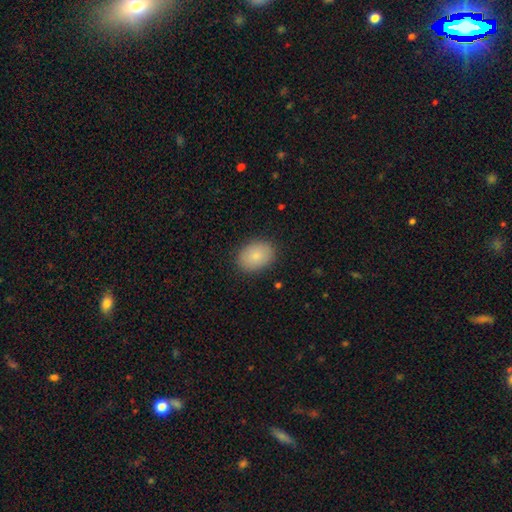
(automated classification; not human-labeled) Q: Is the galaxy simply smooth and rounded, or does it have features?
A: smooth — 85%.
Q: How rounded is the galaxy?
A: in between — 73%.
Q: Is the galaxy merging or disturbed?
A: none — 88%.